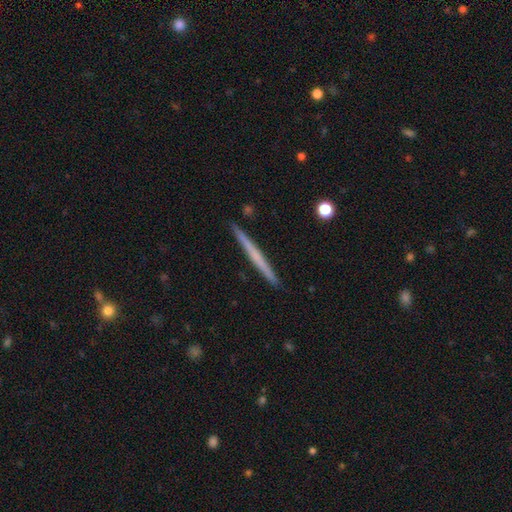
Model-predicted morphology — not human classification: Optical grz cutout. It shows a featured or disk galaxy (51%) viewed edge-on (98%) with no central bulge (85%). Merging: none (92%).